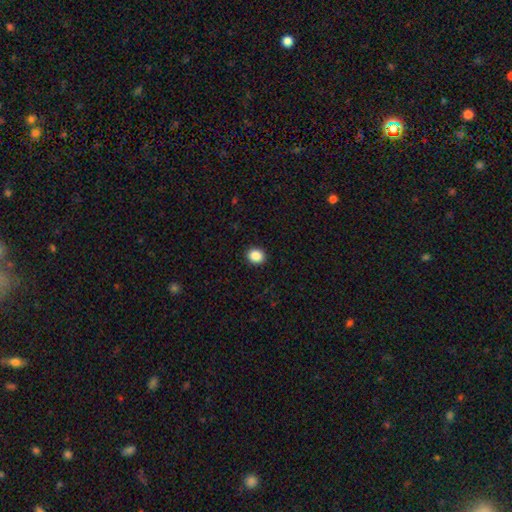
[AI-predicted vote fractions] smooth 87%, star or artifact 9%, featured or disk 3%. Down the decision tree: how rounded — round (67%); merging — none (92%).